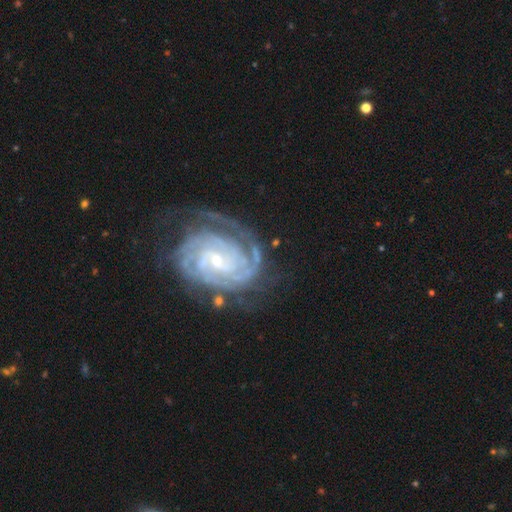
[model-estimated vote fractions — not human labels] Overall: featured or disk (91%). Edge-on disk: no (97%). Bar: weak (46%; no 39%). Spiral arms: yes (98%). Spiral arm count: 2 (24%; 3 23%). Spiral winding: tight (74%). Bulge size: small (68%). Merging: none (63%).